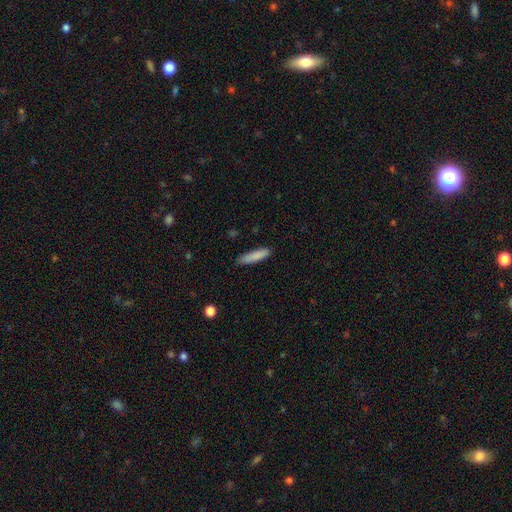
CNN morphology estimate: type=smooth (85%); roundness=cigar-shaped (77%); merging=none (83%).